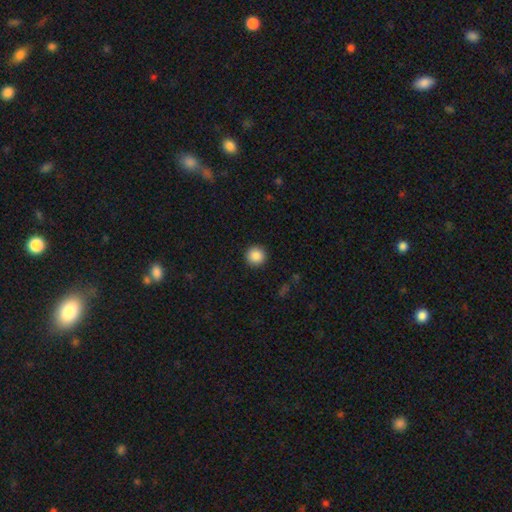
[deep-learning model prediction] Smooth or featured?
  - smooth: 88% *
  - star or artifact: 9%
  - featured or disk: 3%
How rounded?
  - round: 95% *
  - in between: 4%
  - cigar-shaped: 1%
Merging?
  - none: 92% *
  - minor disturbance: 5%
  - major disturbance: 2%
  - merger: 1%